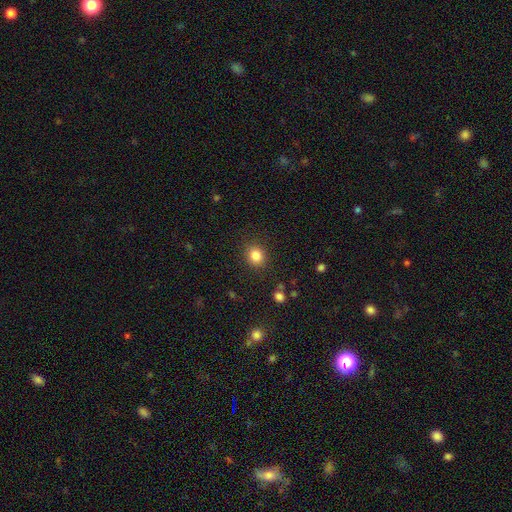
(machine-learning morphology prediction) smooth_or_featured: smooth (p=0.84) [alt: star or artifact p=0.11]
how_rounded: round (p=0.78) [alt: in between p=0.22]
merging: none (p=0.87) [alt: minor disturbance p=0.08]